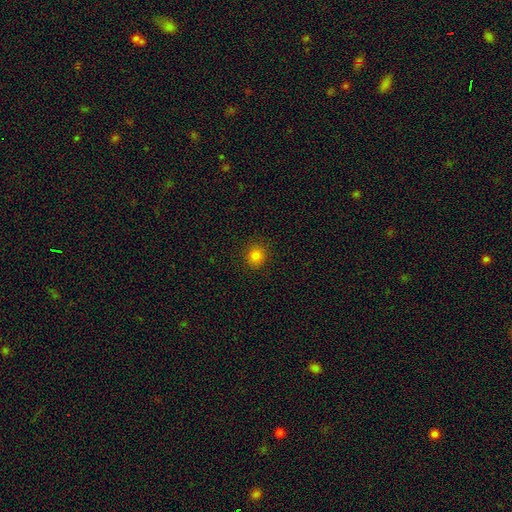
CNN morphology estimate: smooth_or_featured: smooth (p=0.83) [alt: star or artifact p=0.13]
how_rounded: round (p=0.83) [alt: in between p=0.16]
merging: none (p=0.90) [alt: minor disturbance p=0.07]